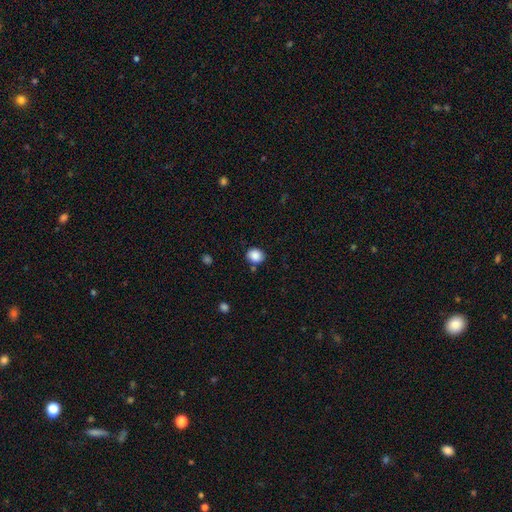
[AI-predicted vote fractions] Smooth or featured? smooth (87%)
How rounded? round (67%)
Merging? none (78%)